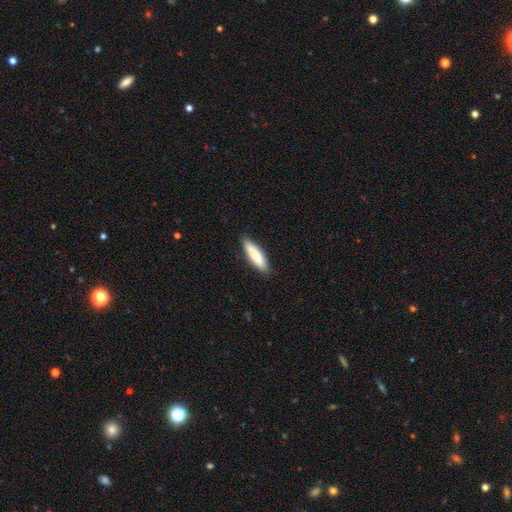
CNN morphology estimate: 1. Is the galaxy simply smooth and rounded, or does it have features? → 78% smooth, 16% featured or disk, 5% star or artifact.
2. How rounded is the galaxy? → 59% cigar-shaped, 39% in between, 2% round.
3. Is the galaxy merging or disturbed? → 86% none, 11% minor disturbance, 2% major disturbance, 1% merger.